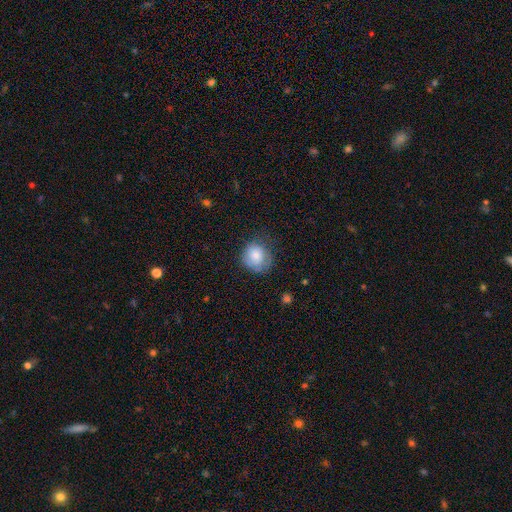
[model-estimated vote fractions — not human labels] This appears to be a smooth galaxy with no disk features (78%) that is round (84%). Merging: none (61%).